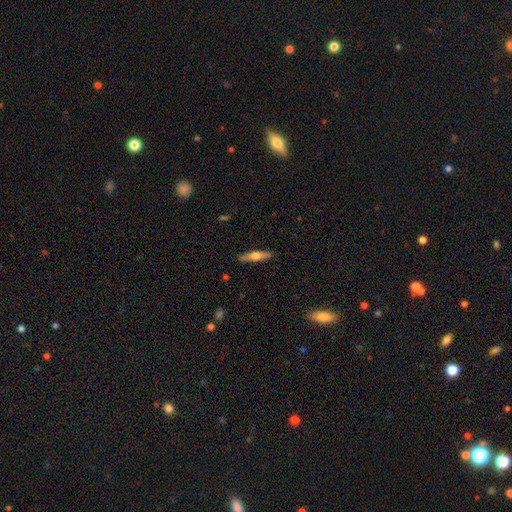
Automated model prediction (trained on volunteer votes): Smooth or featured: featured or disk — 48% (smooth — 46%)
Merging: none — 89% (minor disturbance — 8%)